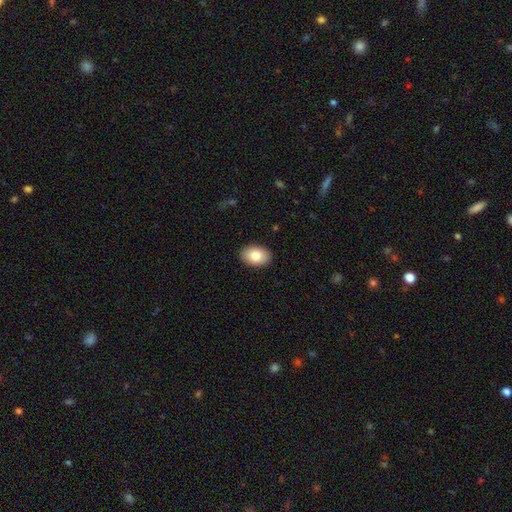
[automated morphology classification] Smooth or featured: smooth — 83% (featured or disk — 10%)
How rounded: in between — 86% (round — 13%)
Merging: none — 90% (minor disturbance — 7%)